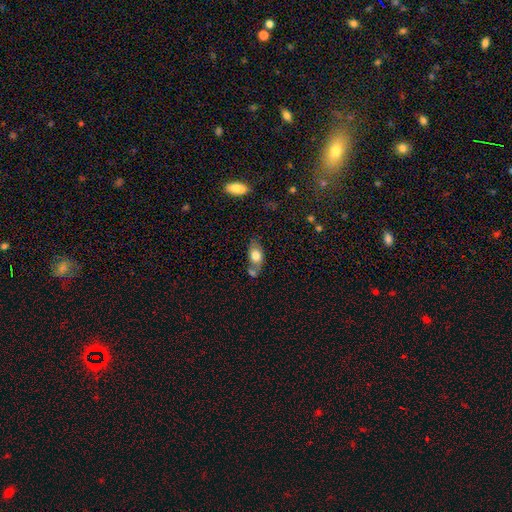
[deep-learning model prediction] The model was most divided on "merging": none: 47%, merger: 27%, minor disturbance: 19%, major disturbance: 7%. More confident: how rounded — in between (82%); smooth or featured — smooth (75%).